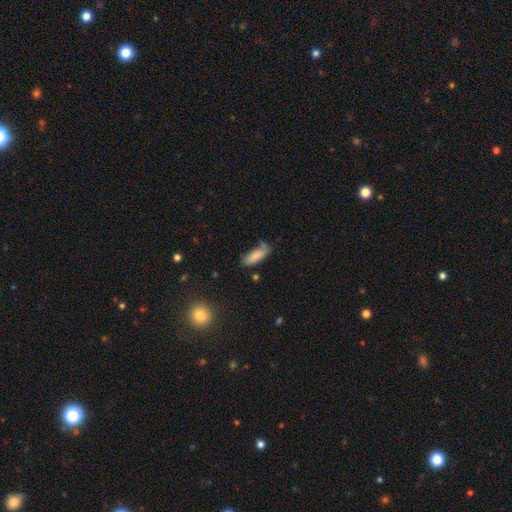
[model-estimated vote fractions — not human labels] Smooth or featured? Predicted: smooth (p=0.83). How rounded? Predicted: in between (p=0.69). Merging? Predicted: none (p=0.53).